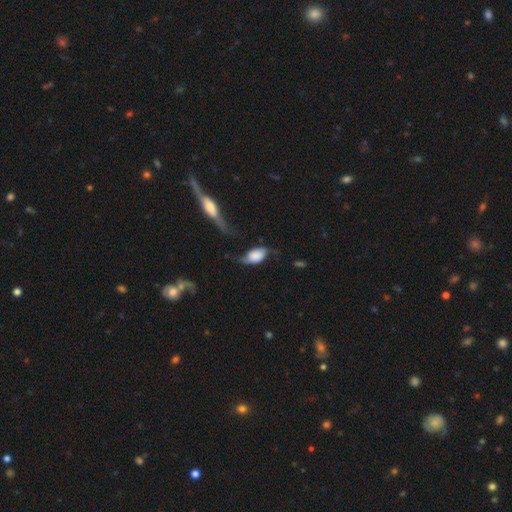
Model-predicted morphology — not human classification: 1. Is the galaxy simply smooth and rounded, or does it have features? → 55% smooth, 38% featured or disk, 8% star or artifact.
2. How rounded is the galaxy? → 91% in between, 5% round, 3% cigar-shaped.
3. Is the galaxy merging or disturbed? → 34% none, 29% major disturbance, 28% minor disturbance, 9% merger.